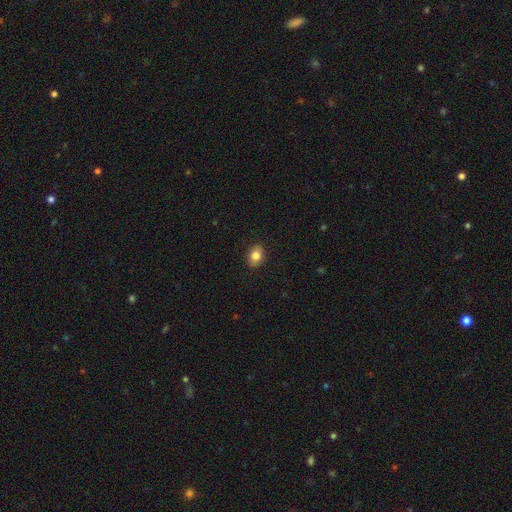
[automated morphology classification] Smooth or featured? Predicted: smooth (p=0.82). How rounded? Predicted: in between (p=0.58). Merging? Predicted: none (p=0.88).